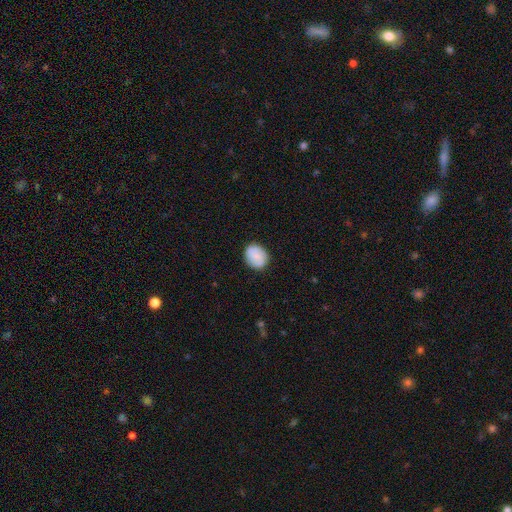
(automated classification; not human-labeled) A smooth galaxy with no disk features (78%) that is round (58%). Merging: none (87%).